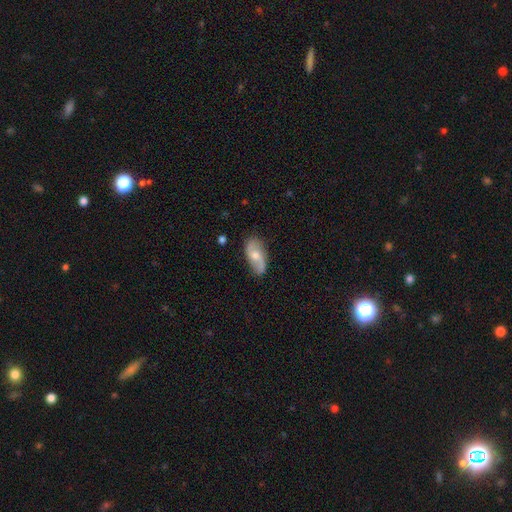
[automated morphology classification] smooth_or_featured: featured or disk (p=0.56) [alt: smooth p=0.38]
disk_edge_on: no (p=0.93) [alt: yes p=0.07]
bar: no (p=0.61) [alt: weak p=0.33]
has_spiral_arms: yes (p=0.86) [alt: no p=0.14]
bulge_size: moderate (p=0.64) [alt: small p=0.27]
merging: none (p=0.73) [alt: minor disturbance p=0.20]